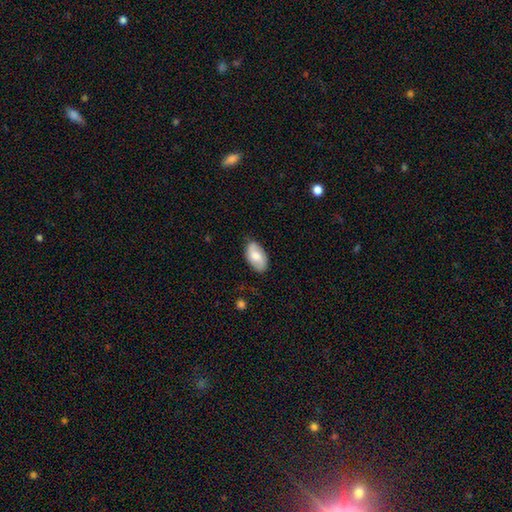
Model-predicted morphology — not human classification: smooth_or_featured: smooth (p=0.64) [alt: featured or disk p=0.30]
how_rounded: in between (p=0.94) [alt: round p=0.04]
merging: none (p=0.79) [alt: minor disturbance p=0.17]